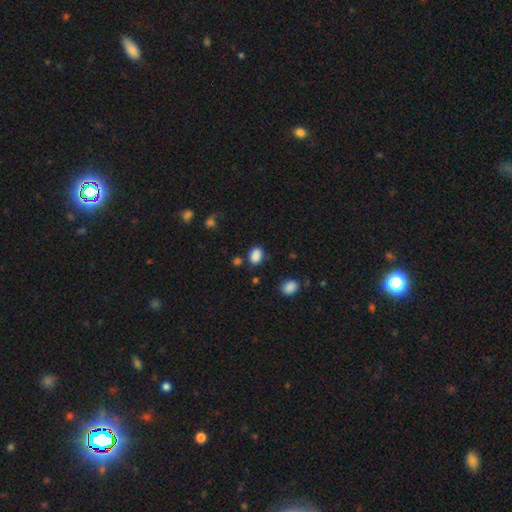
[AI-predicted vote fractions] A smooth galaxy with no disk features (85%) that is in between round and cigar-shaped (75%). Merging: none (72%).